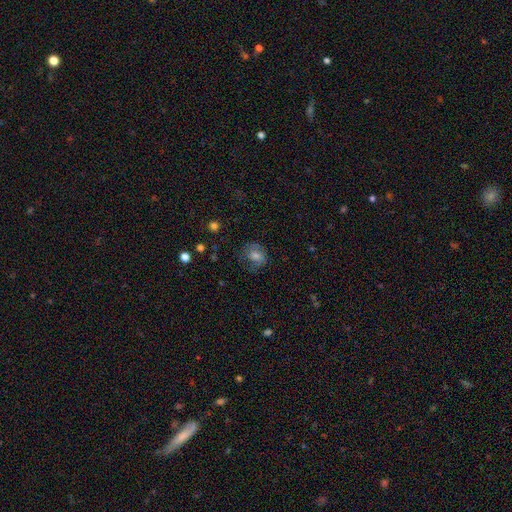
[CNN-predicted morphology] A smooth galaxy with no disk features (53%) that is round (67%). Merging: none (67%).